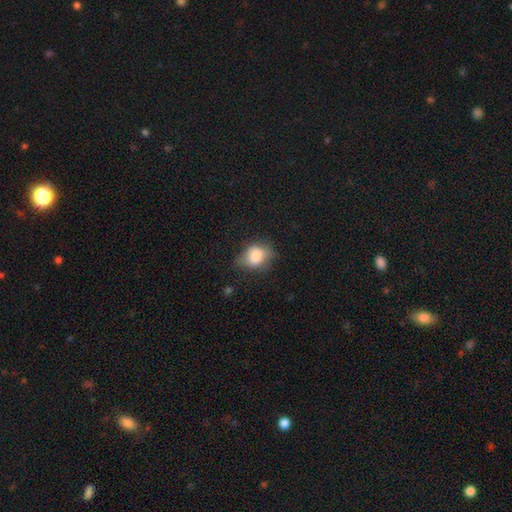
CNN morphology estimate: Smooth or featured: smooth — 80% (featured or disk — 11%)
How rounded: in between — 54% (round — 45%)
Merging: none — 50% (minor disturbance — 35%)